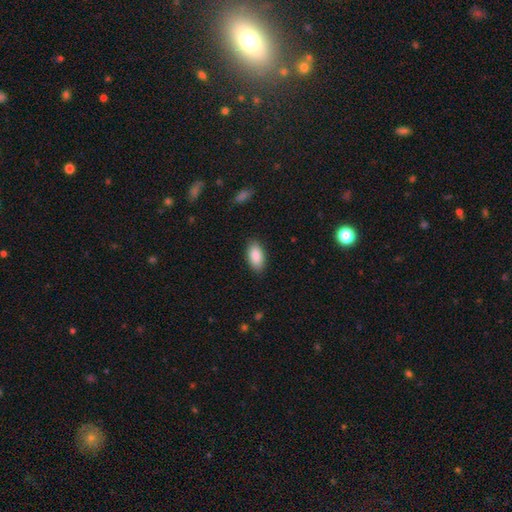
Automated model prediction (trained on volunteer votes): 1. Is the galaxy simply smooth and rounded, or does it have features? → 89% smooth, 6% star or artifact, 5% featured or disk.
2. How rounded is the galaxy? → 93% in between, 4% cigar-shaped, 3% round.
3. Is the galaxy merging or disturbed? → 87% none, 9% minor disturbance, 2% major disturbance, 1% merger.